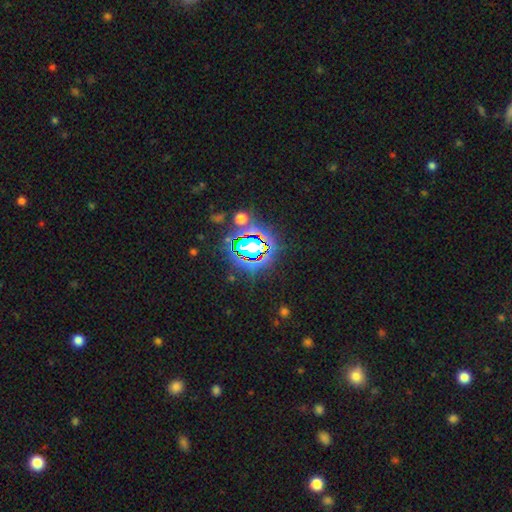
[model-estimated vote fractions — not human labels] Smooth or featured?
  - star or artifact: 77% *
  - smooth: 13%
  - featured or disk: 10%